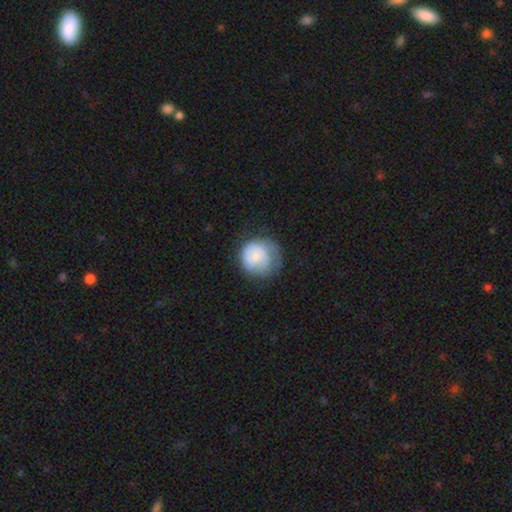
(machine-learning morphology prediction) Smooth or featured? smooth (61%)
How rounded? round (86%)
Merging? none (48%)